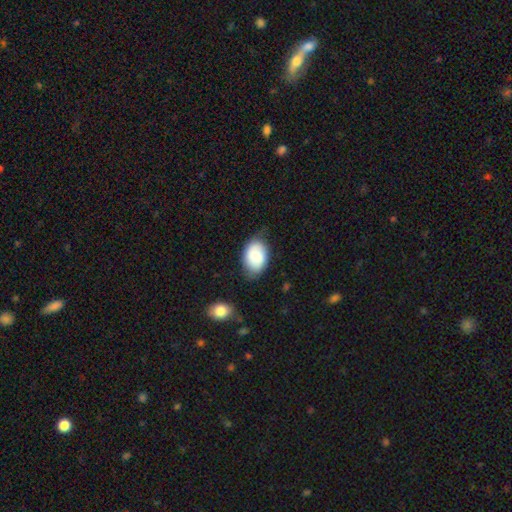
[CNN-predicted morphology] This is likely a smooth galaxy (79%). How rounded: clearly in between (85%). Merging: likely none (68%).